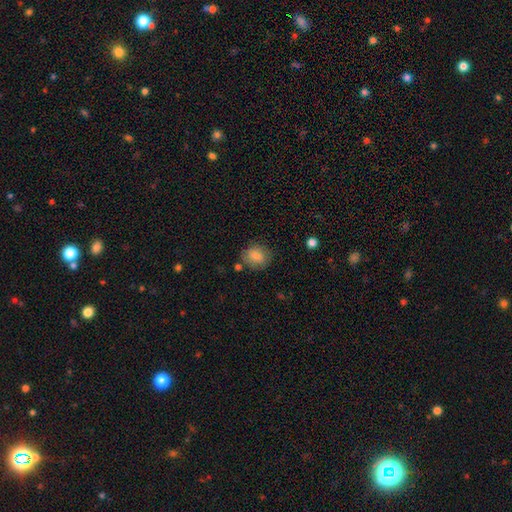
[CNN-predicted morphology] Smooth or featured: smooth — 78% (featured or disk — 13%)
How rounded: round — 66% (in between — 33%)
Merging: none — 78% (minor disturbance — 15%)